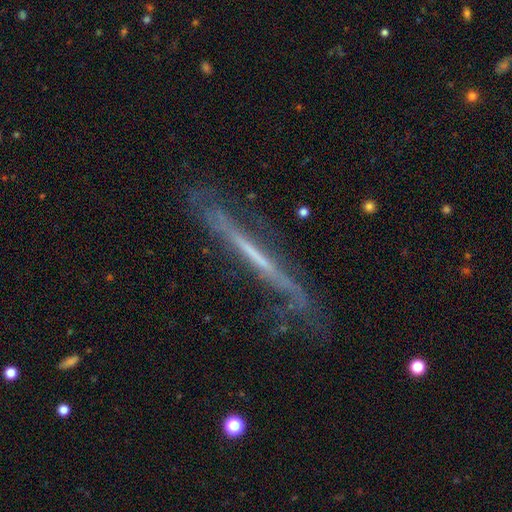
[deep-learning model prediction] Morphology: type=featured or disk (72%); edge-on=yes (85%); edge-on bulge=none (85%); merging=none (58%).